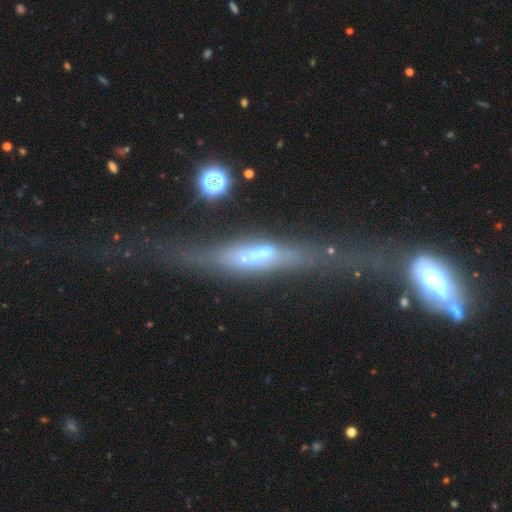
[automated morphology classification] featured or disk 65%, smooth 23%, star or artifact 12%. Down the decision tree: edge-on disk — yes (73%); merging — none (39%).